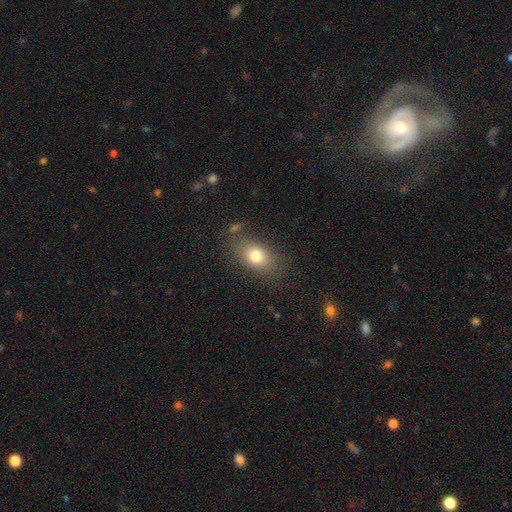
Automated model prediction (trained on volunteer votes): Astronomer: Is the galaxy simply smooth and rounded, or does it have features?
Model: smooth — 77%.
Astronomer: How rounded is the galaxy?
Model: in between — 79%.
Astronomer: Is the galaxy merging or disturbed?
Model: none — 77%.